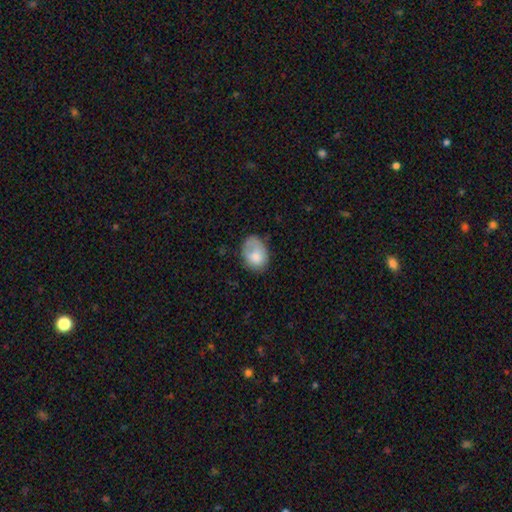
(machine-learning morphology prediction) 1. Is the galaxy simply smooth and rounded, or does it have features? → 75% smooth, 17% featured or disk, 8% star or artifact.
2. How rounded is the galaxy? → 69% in between, 30% round, 1% cigar-shaped.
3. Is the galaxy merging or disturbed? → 44% none, 34% minor disturbance, 19% major disturbance, 3% merger.